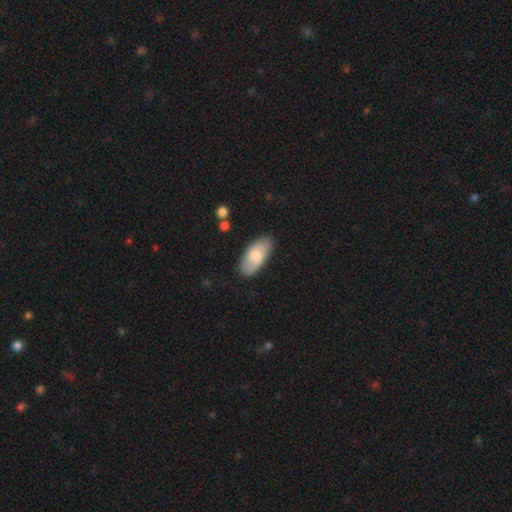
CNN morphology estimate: Smooth or featured: smooth — 75% (featured or disk — 20%)
How rounded: in between — 92% (cigar-shaped — 6%)
Merging: none — 83% (minor disturbance — 12%)